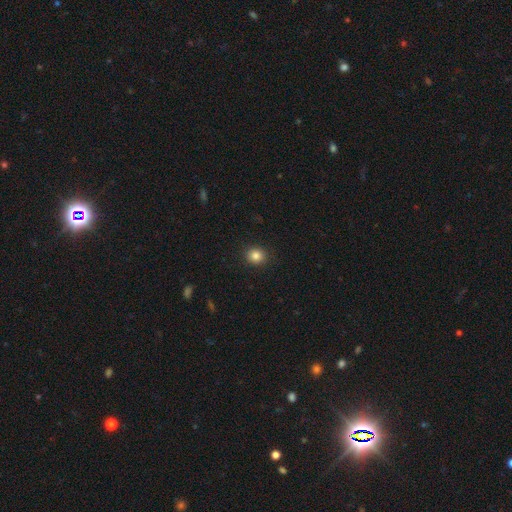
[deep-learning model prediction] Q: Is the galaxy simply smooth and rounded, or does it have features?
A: smooth — 84%.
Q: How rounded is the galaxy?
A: round — 81%.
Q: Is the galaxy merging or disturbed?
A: none — 91%.